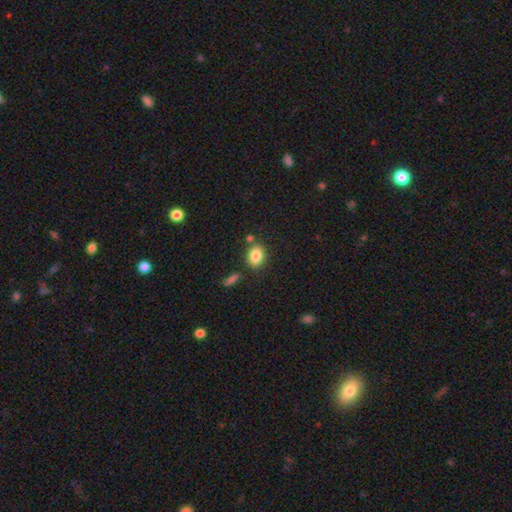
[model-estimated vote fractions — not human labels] This appears to be a smooth galaxy with no disk features (85%) that is in between round and cigar-shaped (73%). Merging: none (76%).